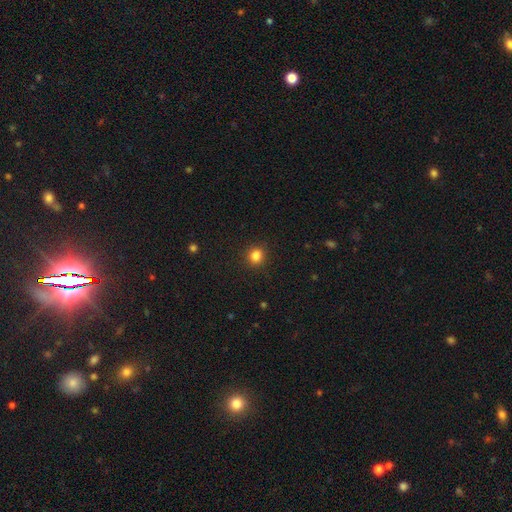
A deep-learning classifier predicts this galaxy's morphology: Overall: smooth (84%). How rounded: round (80%). Merging: none (90%).